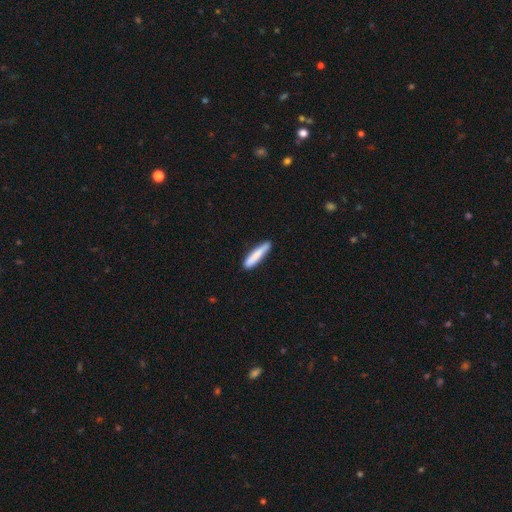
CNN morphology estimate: smooth-or-featured: smooth: 82% | featured or disk: 13% | star or artifact: 5%
  how-rounded: cigar-shaped: 90% | in between: 9% | round: 1%
  merging: none: 84% | minor disturbance: 12% | major disturbance: 2% | merger: 1%